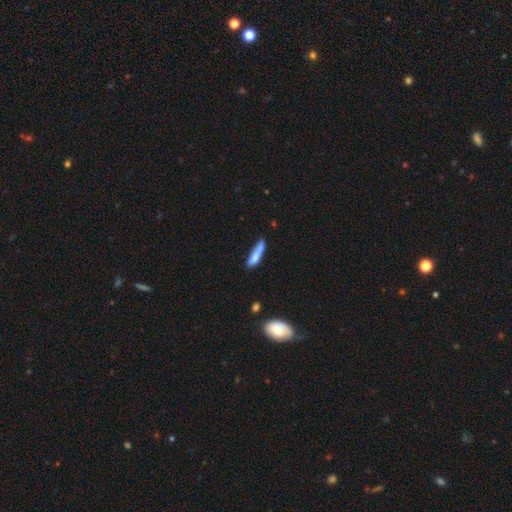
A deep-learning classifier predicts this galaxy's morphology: Smooth or featured? Predicted: smooth (p=0.76). How rounded? Predicted: cigar-shaped (p=0.81). Merging? Predicted: none (p=0.55).